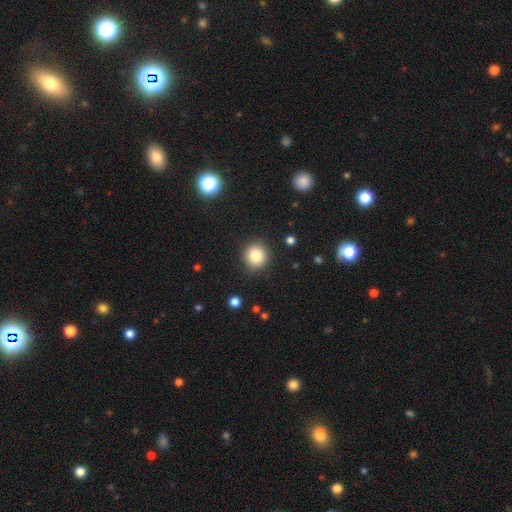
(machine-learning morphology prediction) smooth 83%, star or artifact 10%, featured or disk 7%. Down the decision tree: how rounded — round (89%); merging — none (89%).